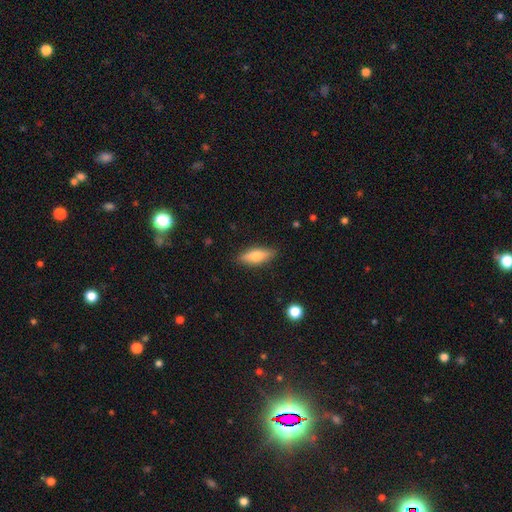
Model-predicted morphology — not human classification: A smooth galaxy with no disk features (66%) that is in between round and cigar-shaped (54%).

Vote fractions:
- Smooth or featured? smooth: 66% / featured or disk: 28% / star or artifact: 6%
- How rounded? in between: 54% / cigar-shaped: 43% / round: 3%
- Merging? none: 86% / minor disturbance: 10% / major disturbance: 2% / merger: 1%